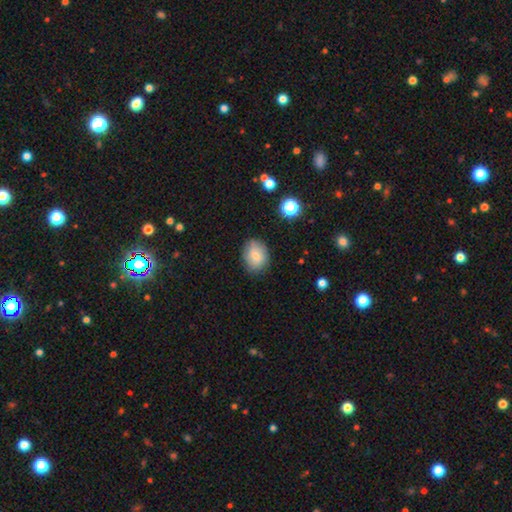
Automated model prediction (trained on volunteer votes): This appears to be a smooth galaxy with no disk features (72%) that is in between round and cigar-shaped (52%). Merging: none (79%).